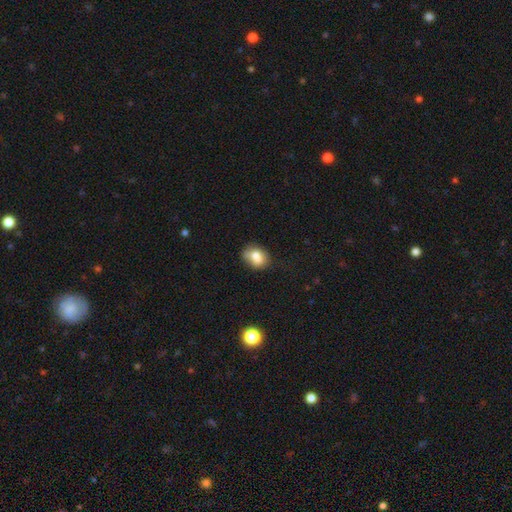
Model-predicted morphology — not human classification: The model was most divided on "how rounded": in between: 63%, round: 36%, cigar-shaped: 1%. More confident: smooth or featured — smooth (76%); merging — none (54%).